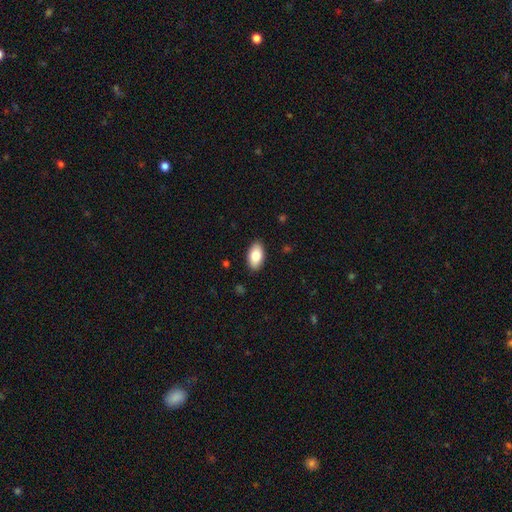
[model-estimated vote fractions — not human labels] This appears to be a smooth galaxy with no disk features (83%) that is in between round and cigar-shaped (94%). Merging: none (89%).